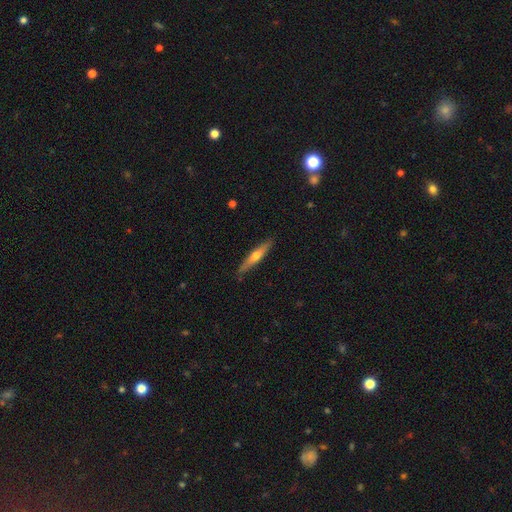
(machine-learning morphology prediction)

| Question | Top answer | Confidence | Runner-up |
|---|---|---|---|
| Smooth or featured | featured or disk | 51% | smooth (44%) |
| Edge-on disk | yes | 93% | no (7%) |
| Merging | none | 86% | minor disturbance (11%) |